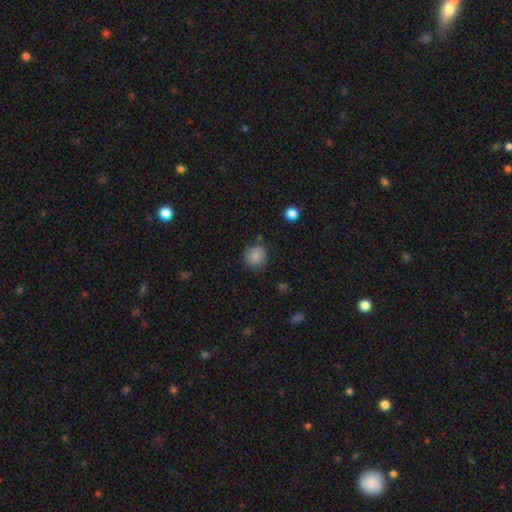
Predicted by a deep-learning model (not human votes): A smooth galaxy with no disk features (84%) that is round (89%).

Vote fractions:
- Smooth or featured? smooth: 84% / star or artifact: 9% / featured or disk: 7%
- How rounded? round: 89% / in between: 10% / cigar-shaped: 1%
- Merging? none: 76% / minor disturbance: 18% / major disturbance: 4% / merger: 3%